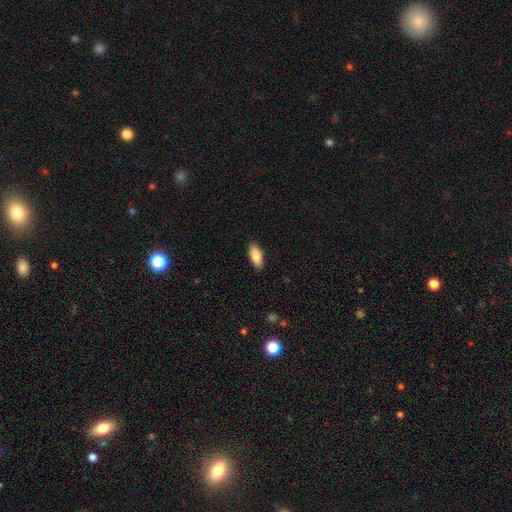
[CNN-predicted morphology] Smooth or featured?
  - smooth: 84% *
  - featured or disk: 10%
  - star or artifact: 6%
How rounded?
  - in between: 78% *
  - cigar-shaped: 20%
  - round: 2%
Merging?
  - none: 89% *
  - minor disturbance: 8%
  - major disturbance: 2%
  - merger: 1%